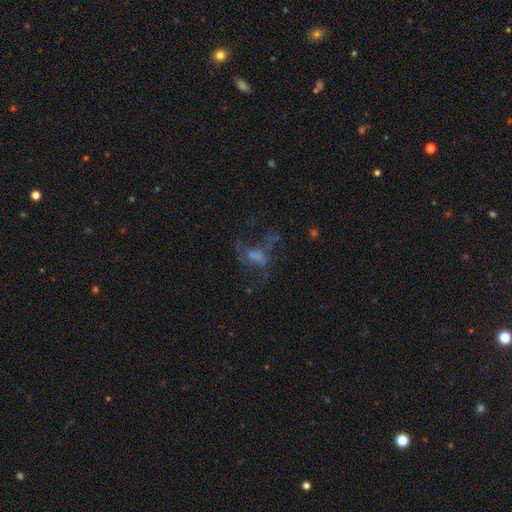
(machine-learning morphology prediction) Overall: featured or disk (49%; star or artifact 26%). Merging: none (41%; major disturbance 39%).